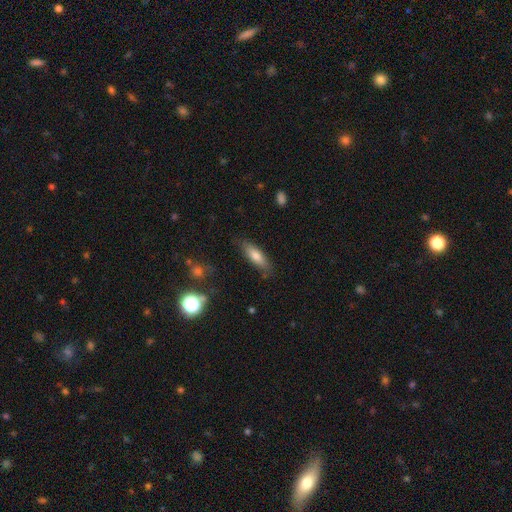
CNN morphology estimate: A smooth galaxy with no disk features (74%) that is in between round and cigar-shaped (49%, tied with cigar-shaped). Merging: none (79%).